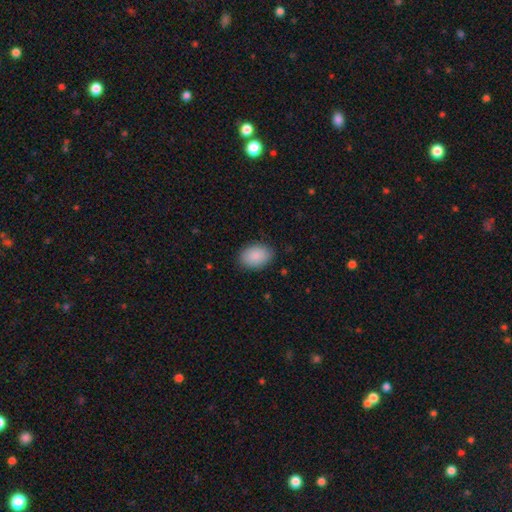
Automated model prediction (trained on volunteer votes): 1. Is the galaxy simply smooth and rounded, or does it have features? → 89% smooth, 7% star or artifact, 4% featured or disk.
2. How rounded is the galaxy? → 83% in between, 16% round, 1% cigar-shaped.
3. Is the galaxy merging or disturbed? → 86% none, 11% minor disturbance, 3% major disturbance, 1% merger.